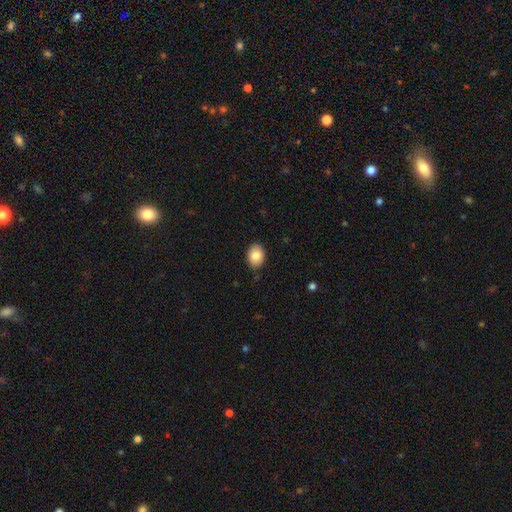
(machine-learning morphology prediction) Smooth or featured? Predicted: smooth (p=0.85). How rounded? Predicted: in between (p=0.71). Merging? Predicted: none (p=0.86).